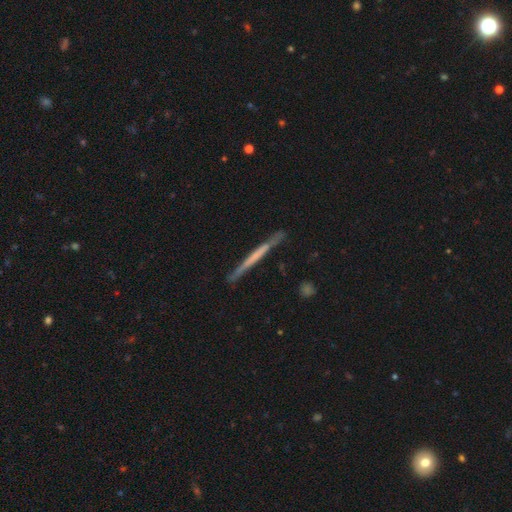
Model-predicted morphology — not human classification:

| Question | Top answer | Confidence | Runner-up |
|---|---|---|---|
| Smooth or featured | featured or disk | 54% | smooth (40%) |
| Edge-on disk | yes | 97% | no (3%) |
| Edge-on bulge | none | 86% | rounded (7%) |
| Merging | none | 85% | minor disturbance (11%) |